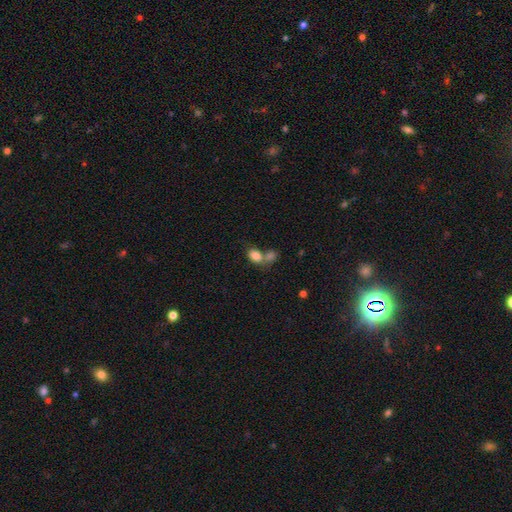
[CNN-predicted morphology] A smooth galaxy with no disk features (82%) that is in between round and cigar-shaped (77%). Merging: merger (50%).